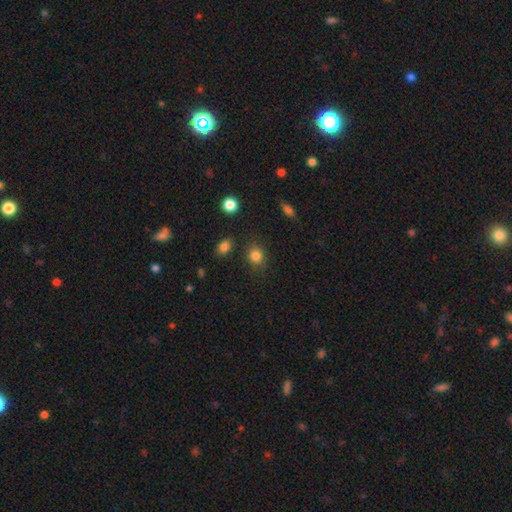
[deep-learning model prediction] This appears to be a smooth galaxy with no disk features (84%) that is round (73%). Merging: none (80%).